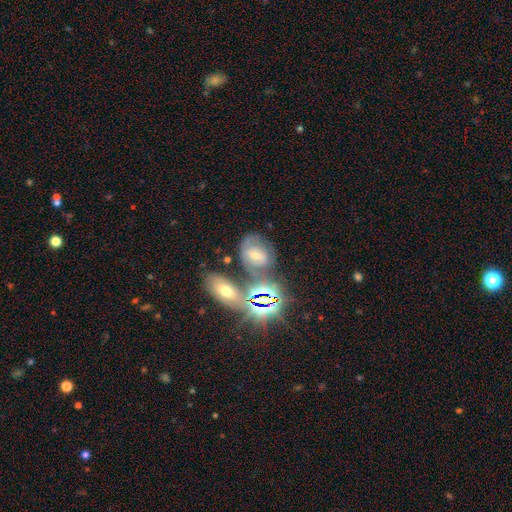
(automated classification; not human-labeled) A featured or disk galaxy (45%). Merging: none (60%).